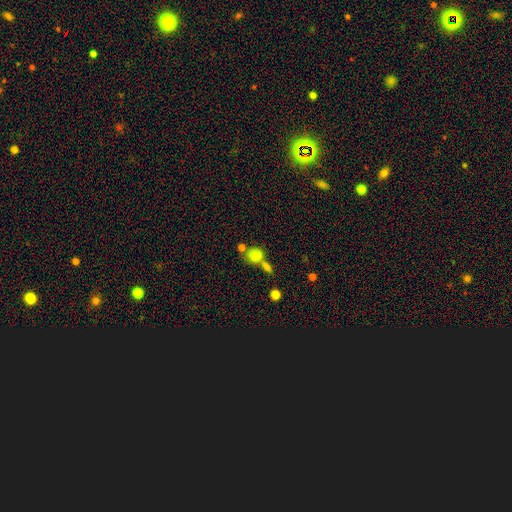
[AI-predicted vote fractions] smooth 79%, star or artifact 11%, featured or disk 10%. Down the decision tree: how rounded — round (73%); merging — none (45%).